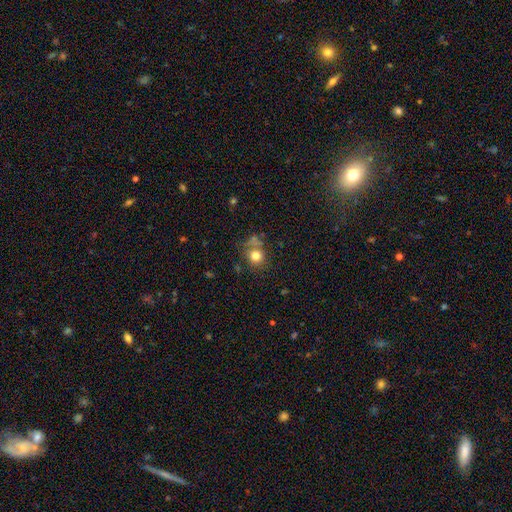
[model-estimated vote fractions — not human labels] smooth-or-featured: smooth: 80% | star or artifact: 12% | featured or disk: 8%
  how-rounded: round: 84% | in between: 15% | cigar-shaped: 1%
  merging: none: 63% | minor disturbance: 15% | merger: 14% | major disturbance: 8%